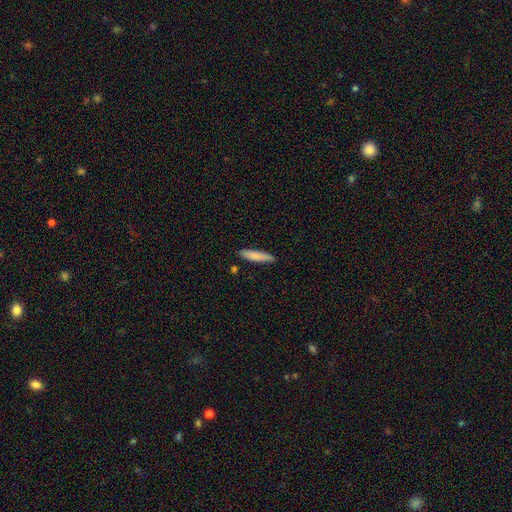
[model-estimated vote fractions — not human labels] A smooth galaxy with no disk features (83%) that is cigar-shaped (80%).

Vote fractions:
- Smooth or featured? smooth: 83% / featured or disk: 11% / star or artifact: 6%
- How rounded? cigar-shaped: 80% / in between: 19% / round: 1%
- Merging? none: 83% / minor disturbance: 13% / major disturbance: 2% / merger: 2%